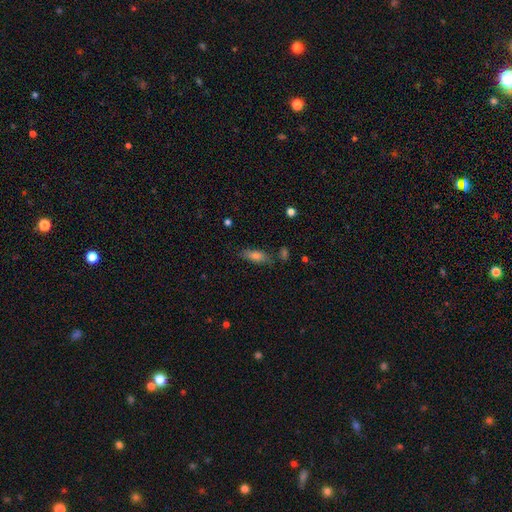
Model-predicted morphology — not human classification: Smooth or featured?
  - smooth: 68% *
  - featured or disk: 20%
  - star or artifact: 12%
How rounded?
  - in between: 59% *
  - cigar-shaped: 37%
  - round: 4%
Merging?
  - none: 74% *
  - minor disturbance: 16%
  - merger: 6%
  - major disturbance: 4%